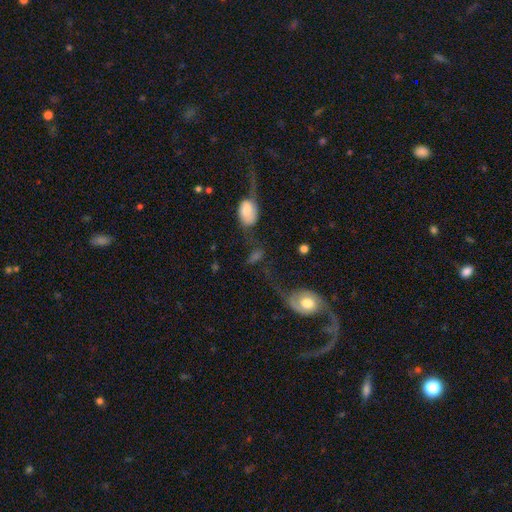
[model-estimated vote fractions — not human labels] Morphology: type=featured or disk (45%); merging=major disturbance (33%).